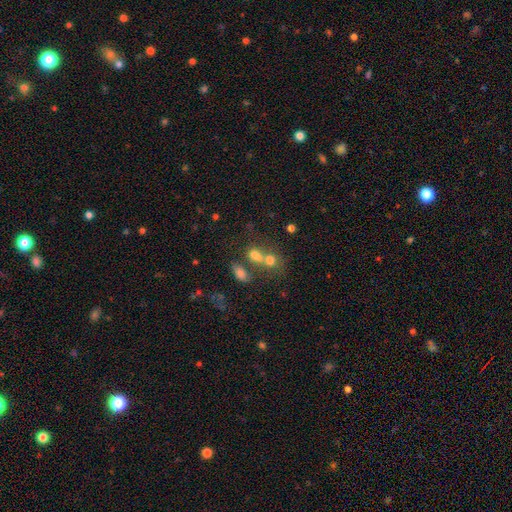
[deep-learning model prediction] A smooth galaxy with no disk features (64%) that is round (55%). Merging: merger (54%).